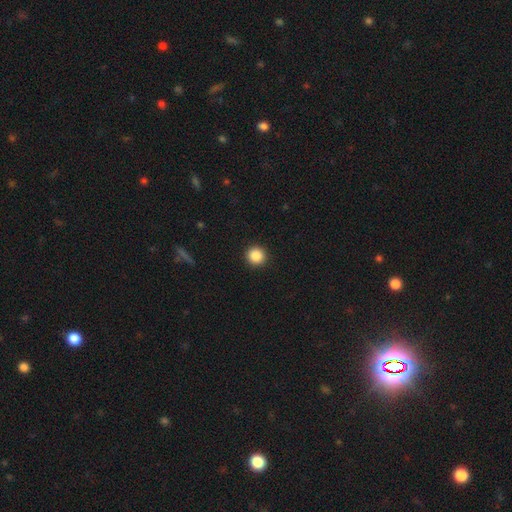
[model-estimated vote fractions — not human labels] Q: Smooth or featured?
A: smooth (88%); runner-up: star or artifact (9%)
Q: How rounded?
A: round (95%); runner-up: in between (4%)
Q: Merging?
A: none (93%); runner-up: minor disturbance (4%)